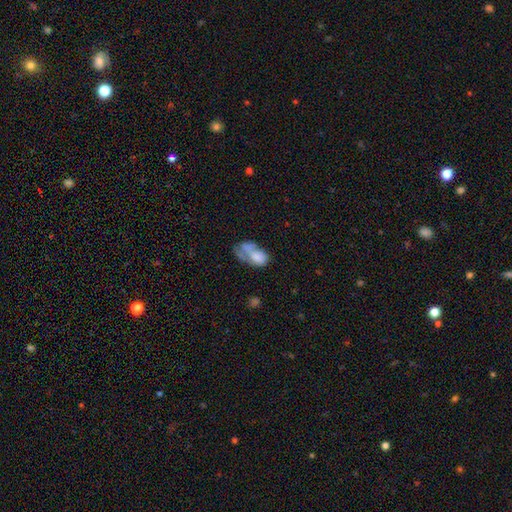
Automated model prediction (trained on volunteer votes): A smooth galaxy with no disk features (58%) that is in between round and cigar-shaped (90%). Merging: major disturbance (33%).